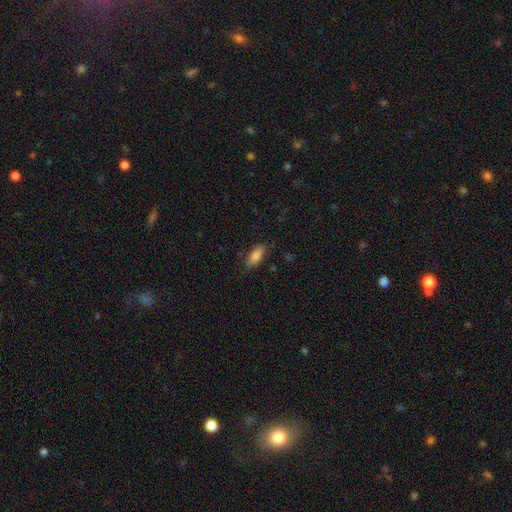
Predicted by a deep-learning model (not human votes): Smooth or featured?
  - smooth: 86% *
  - featured or disk: 7%
  - star or artifact: 7%
How rounded?
  - in between: 83% *
  - cigar-shaped: 14%
  - round: 2%
Merging?
  - none: 81% *
  - minor disturbance: 14%
  - major disturbance: 3%
  - merger: 1%